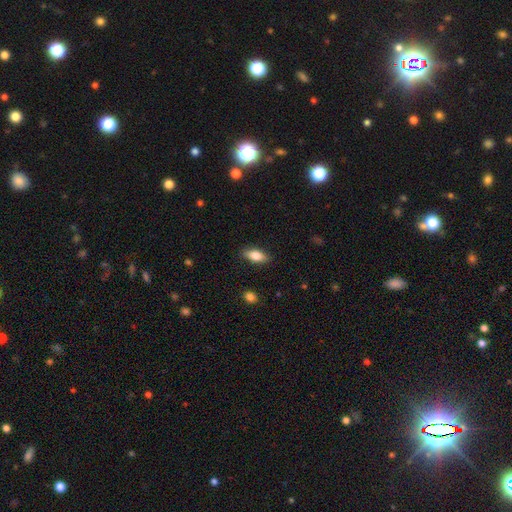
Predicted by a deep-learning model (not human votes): smooth 75%, featured or disk 19%, star or artifact 7%. Down the decision tree: how rounded — in between (80%); merging — none (87%).